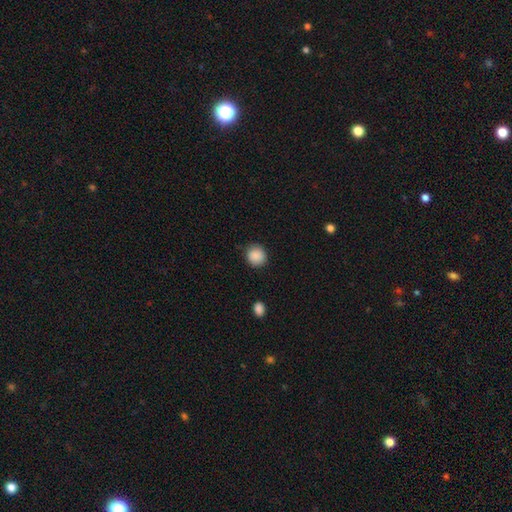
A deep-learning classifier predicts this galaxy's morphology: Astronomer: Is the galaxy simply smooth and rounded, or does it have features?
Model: smooth — 89%.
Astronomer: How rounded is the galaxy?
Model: round — 90%.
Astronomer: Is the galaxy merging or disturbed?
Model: none — 87%.